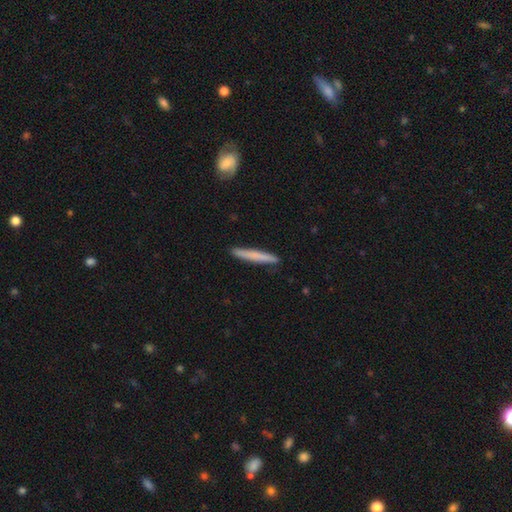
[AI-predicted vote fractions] smooth_or_featured: smooth (p=0.69) [alt: featured or disk p=0.26]
how_rounded: cigar-shaped (p=0.96) [alt: in between p=0.03]
merging: none (p=0.90) [alt: minor disturbance p=0.07]